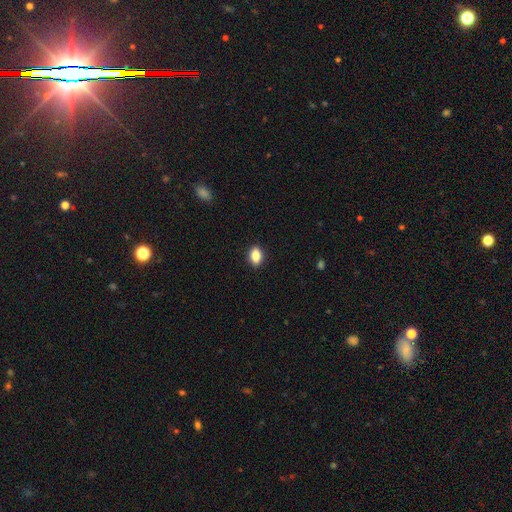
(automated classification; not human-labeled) smooth 84%, star or artifact 8%, featured or disk 7%. Down the decision tree: how rounded — in between (80%); merging — none (90%).